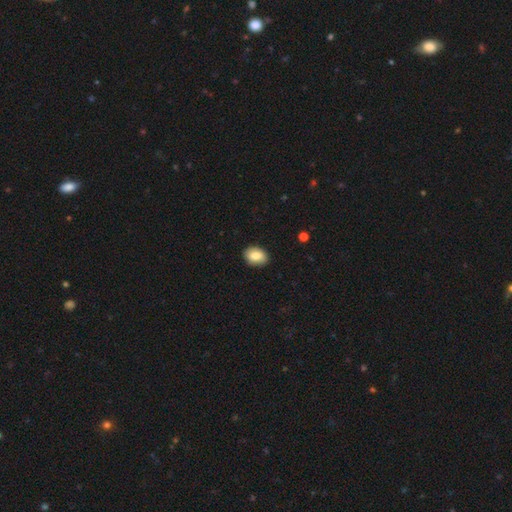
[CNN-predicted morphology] This is clearly a smooth galaxy (82%). How rounded: likely in between (80%). Merging: clearly none (87%).